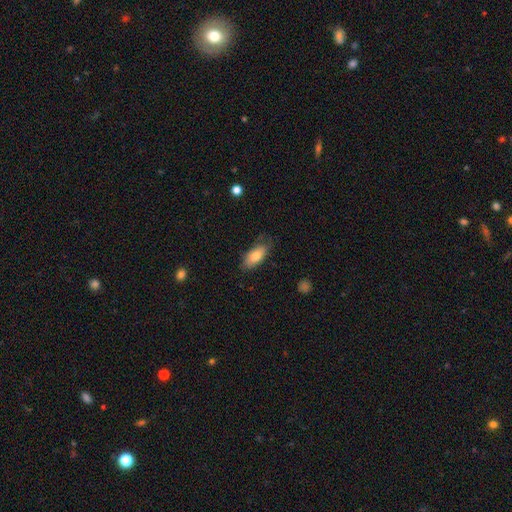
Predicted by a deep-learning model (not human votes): Morphology: type=smooth (77%); roundness=in between (85%); merging=none (71%).